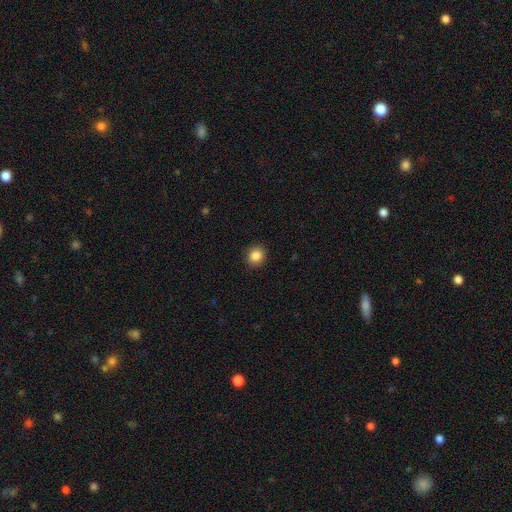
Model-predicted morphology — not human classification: A smooth galaxy with no disk features (86%) that is round (82%).

Vote fractions:
- Smooth or featured? smooth: 86% / star or artifact: 10% / featured or disk: 4%
- How rounded? round: 82% / in between: 17% / cigar-shaped: 1%
- Merging? none: 90% / minor disturbance: 7% / major disturbance: 2% / merger: 1%